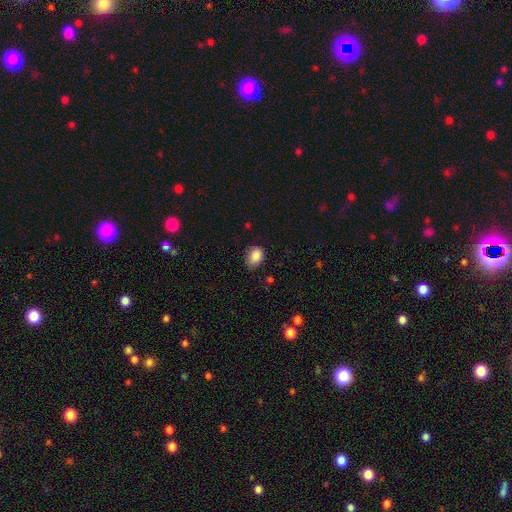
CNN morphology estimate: Smooth or featured: smooth — 87% (star or artifact — 8%)
How rounded: in between — 64% (round — 35%)
Merging: none — 63% (minor disturbance — 30%)